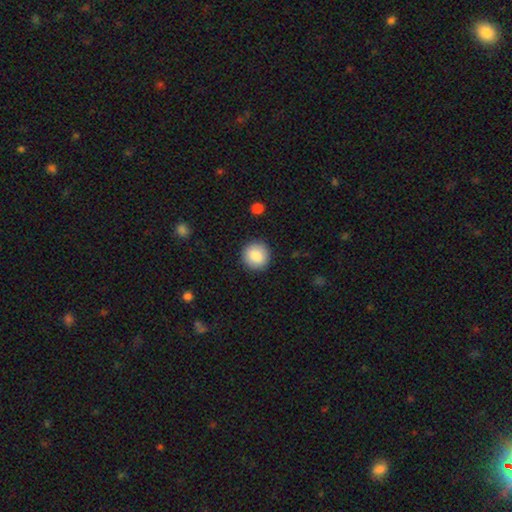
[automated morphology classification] A smooth galaxy with no disk features (87%) that is round (94%).

Vote fractions:
- Smooth or featured? smooth: 87% / star or artifact: 8% / featured or disk: 5%
- How rounded? round: 94% / in between: 5% / cigar-shaped: 1%
- Merging? none: 91% / minor disturbance: 6% / major disturbance: 2% / merger: 1%